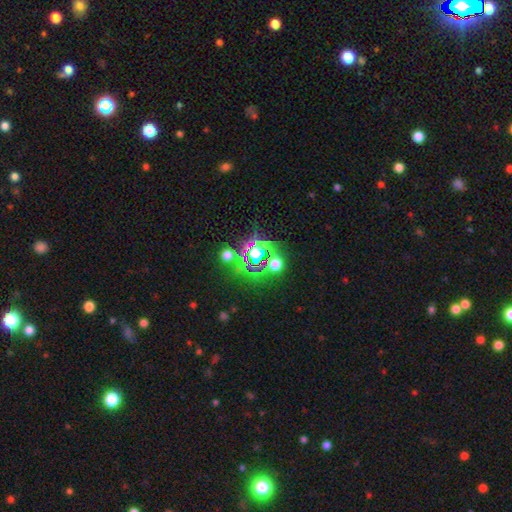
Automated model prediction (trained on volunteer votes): Overall: star or artifact (76%).